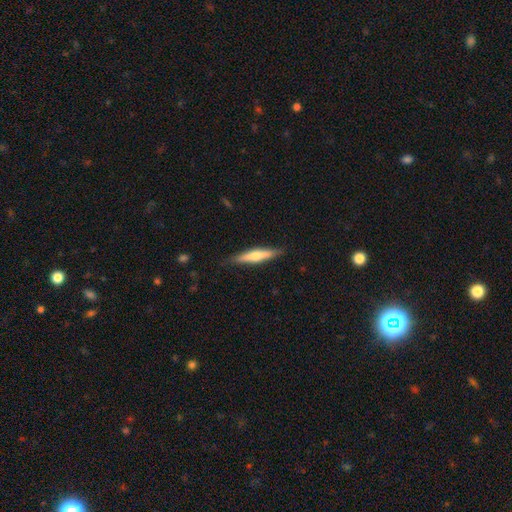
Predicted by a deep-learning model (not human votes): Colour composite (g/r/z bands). It shows a smooth galaxy with no disk features (48%). Merging: none (86%).